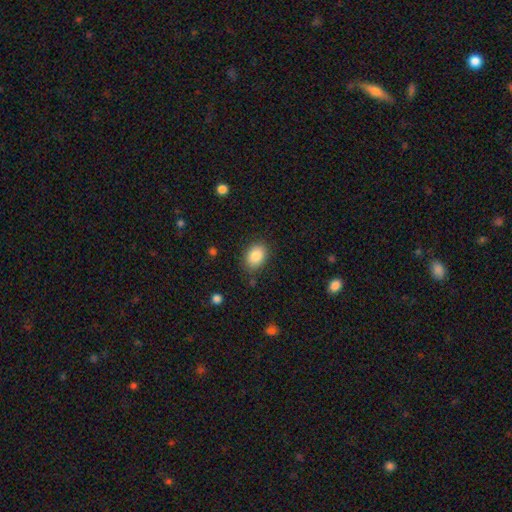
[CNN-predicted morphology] This is clearly a smooth galaxy (86%). How rounded: likely in between (76%). Merging: clearly none (82%).